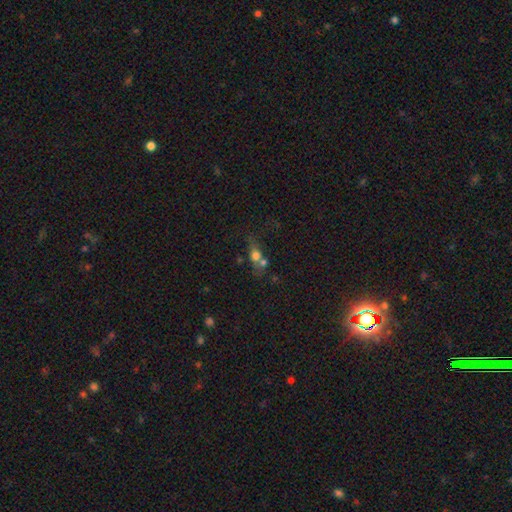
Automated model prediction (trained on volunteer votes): smooth 62%, featured or disk 22%, star or artifact 16%. Down the decision tree: how rounded — round (47%); merging — merger (43%).